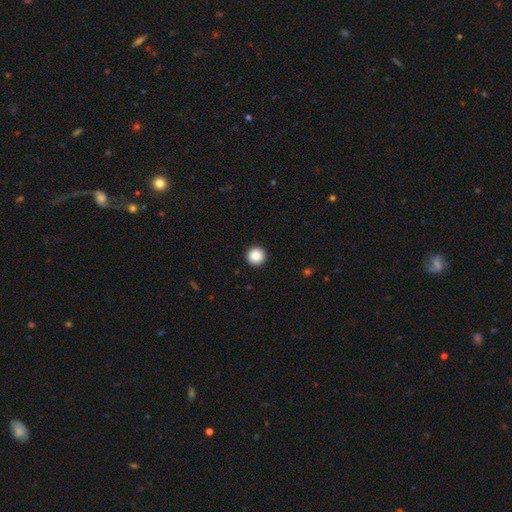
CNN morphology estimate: smooth_or_featured: smooth (p=0.88) [alt: star or artifact p=0.09]
how_rounded: round (p=0.97) [alt: in between p=0.02]
merging: none (p=0.94) [alt: minor disturbance p=0.04]